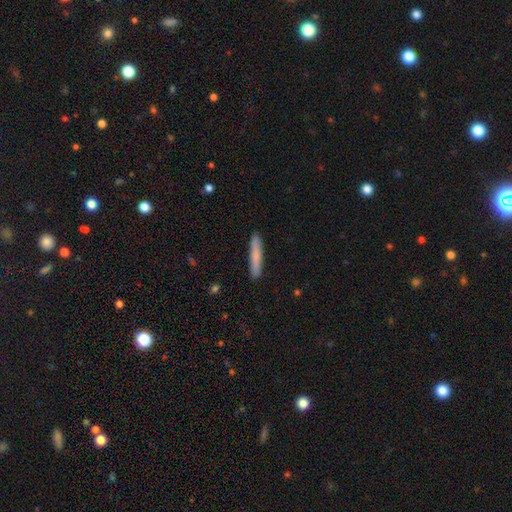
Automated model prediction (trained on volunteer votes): The model was most divided on "smooth or featured": smooth: 73%, featured or disk: 21%, star or artifact: 6%. More confident: how rounded — cigar-shaped (93%); merging — none (90%).